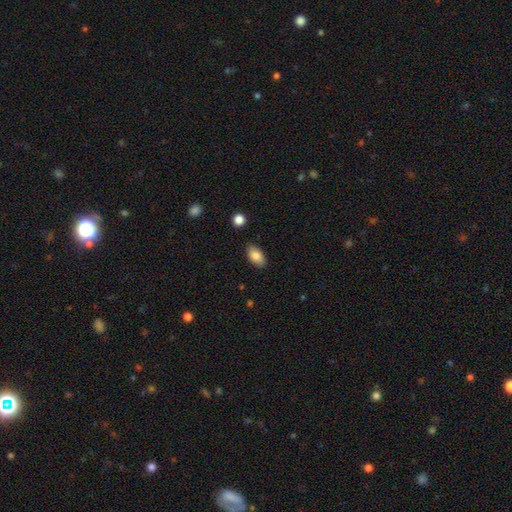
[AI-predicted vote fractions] Smooth or featured? smooth (84%)
How rounded? in between (93%)
Merging? none (86%)